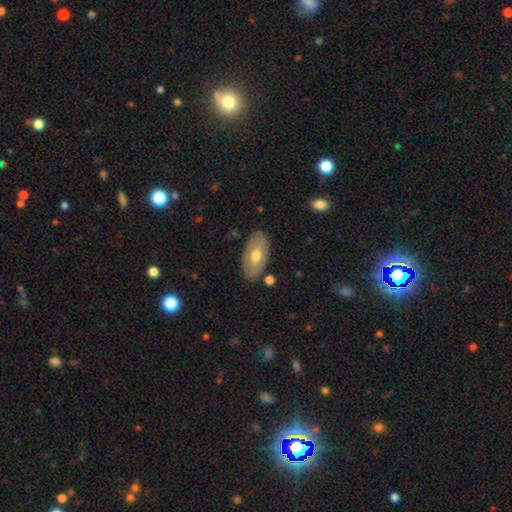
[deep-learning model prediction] Smooth or featured? smooth (57%)
How rounded? in between (94%)
Merging? none (84%)